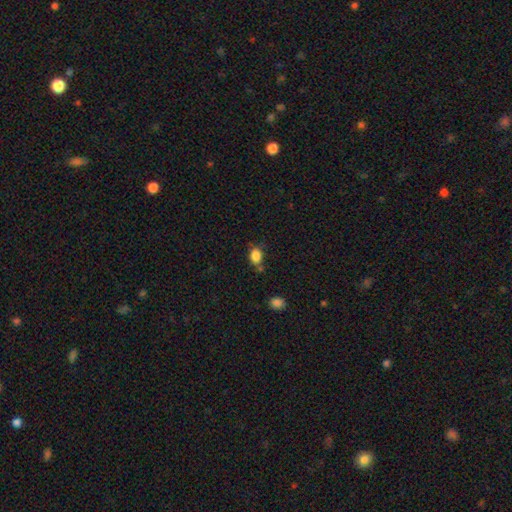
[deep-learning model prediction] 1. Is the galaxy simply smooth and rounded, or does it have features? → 85% smooth, 10% star or artifact, 5% featured or disk.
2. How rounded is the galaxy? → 61% in between, 38% round, 1% cigar-shaped.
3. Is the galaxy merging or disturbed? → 62% none, 21% minor disturbance, 11% merger, 6% major disturbance.